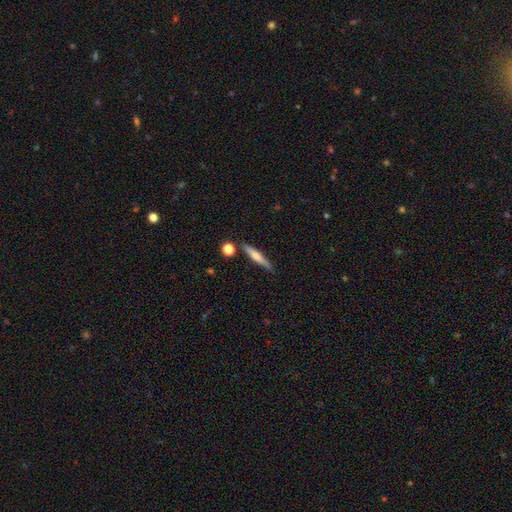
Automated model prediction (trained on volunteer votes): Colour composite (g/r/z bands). It shows a smooth galaxy with no disk features (50%) that is cigar-shaped (90%). Merging: none (83%).